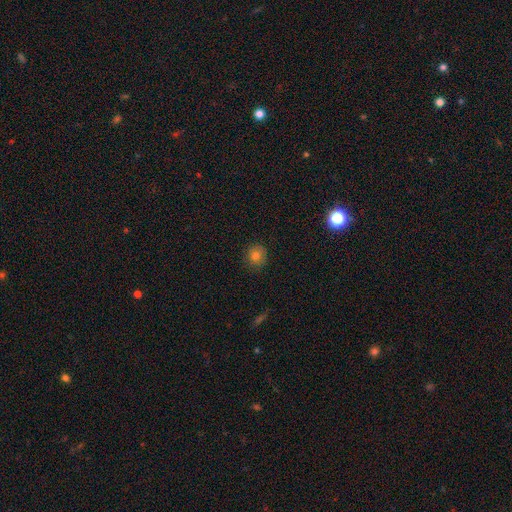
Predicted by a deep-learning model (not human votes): Smooth or featured? Predicted: smooth (p=0.78). How rounded? Predicted: round (p=0.89). Merging? Predicted: none (p=0.85).